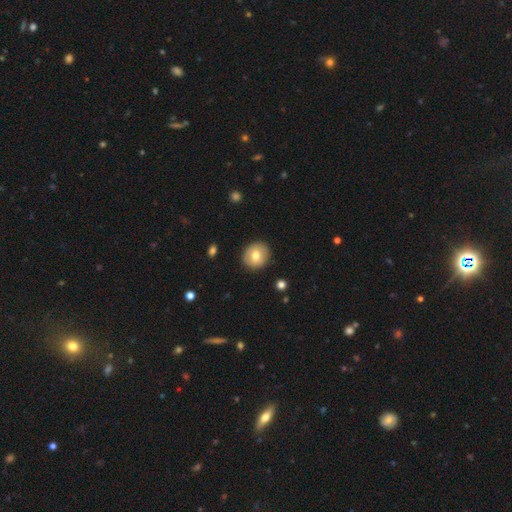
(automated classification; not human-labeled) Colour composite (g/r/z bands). It shows a smooth galaxy with no disk features (73%) that is round (86%). Merging: none (90%).